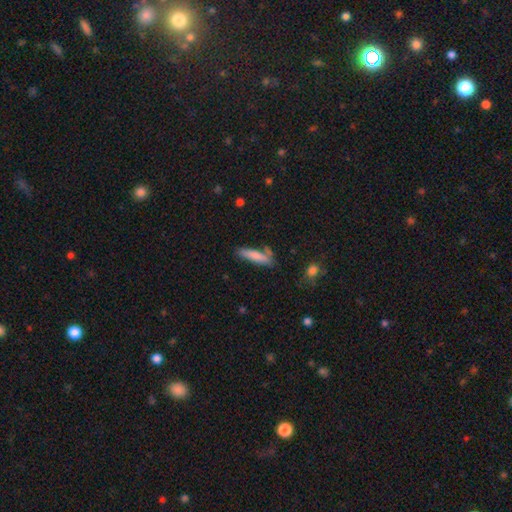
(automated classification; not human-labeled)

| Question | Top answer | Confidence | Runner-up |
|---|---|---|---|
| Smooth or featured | smooth | 79% | featured or disk (14%) |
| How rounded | cigar-shaped | 78% | in between (20%) |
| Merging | none | 67% | minor disturbance (18%) |